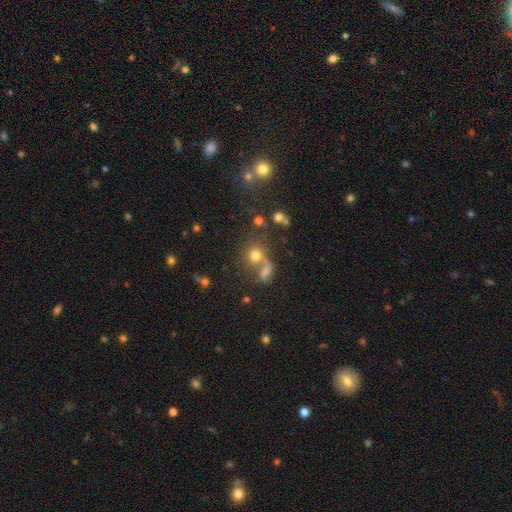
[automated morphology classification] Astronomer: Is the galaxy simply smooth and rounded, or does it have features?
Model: smooth — 65%.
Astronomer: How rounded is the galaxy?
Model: round — 82%.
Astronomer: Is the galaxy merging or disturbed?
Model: none — 50% (runner-up: merger, 32%).